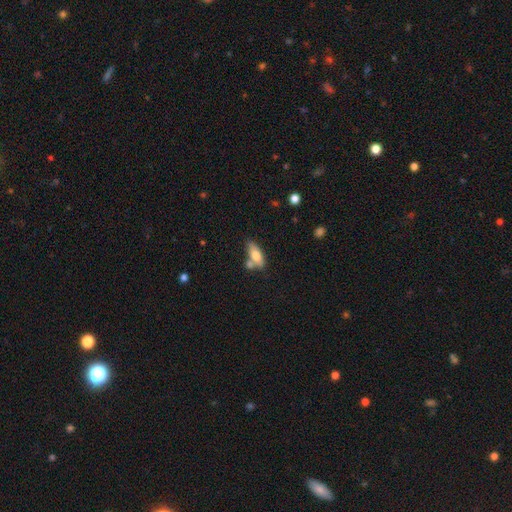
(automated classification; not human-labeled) Q: Smooth or featured?
A: smooth (71%); runner-up: featured or disk (22%)
Q: How rounded?
A: in between (75%); runner-up: cigar-shaped (22%)
Q: Merging?
A: none (50%); runner-up: merger (28%)